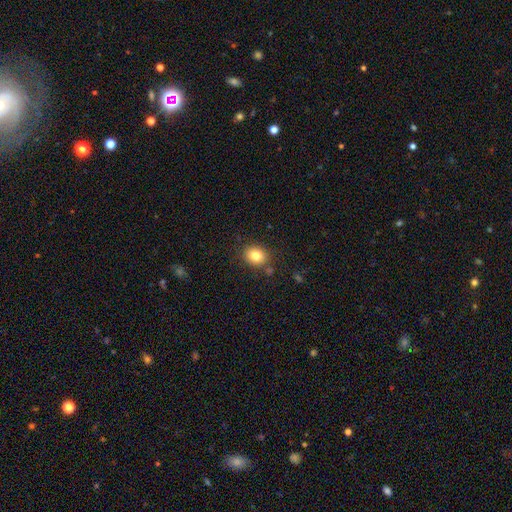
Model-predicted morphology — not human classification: Smooth or featured? smooth (81%)
How rounded? round (58%)
Merging? none (83%)